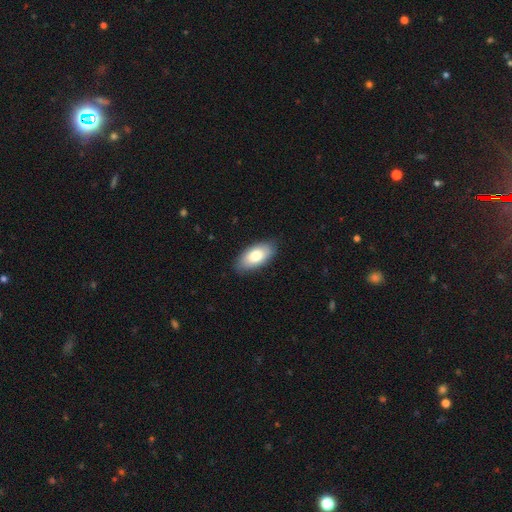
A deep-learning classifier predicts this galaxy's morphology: Q: Smooth or featured?
A: smooth (80%); runner-up: featured or disk (14%)
Q: How rounded?
A: in between (93%); runner-up: cigar-shaped (4%)
Q: Merging?
A: none (85%); runner-up: minor disturbance (11%)